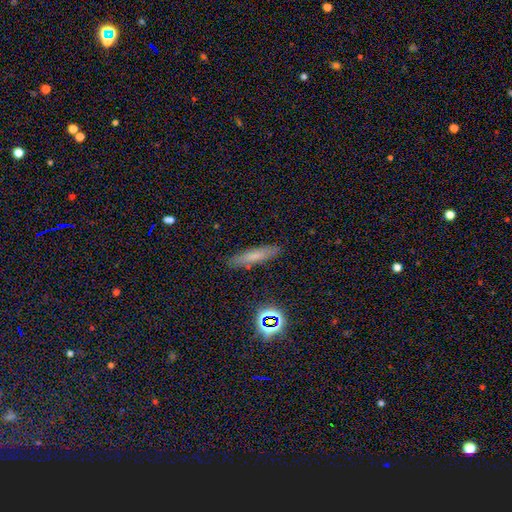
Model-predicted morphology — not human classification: Smooth or featured? smooth (62%)
How rounded? cigar-shaped (81%)
Merging? none (87%)